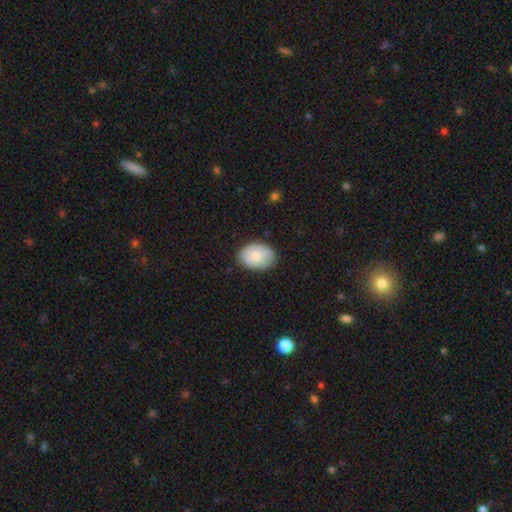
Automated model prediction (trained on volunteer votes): This is clearly a smooth galaxy (84%). How rounded: likely in between (80%). Merging: likely none (80%).